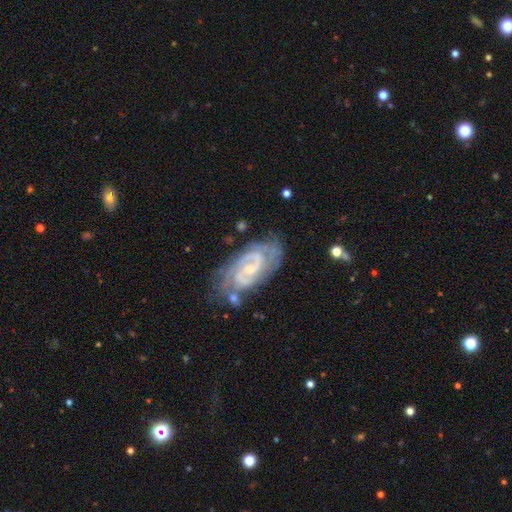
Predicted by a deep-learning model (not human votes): Smooth or featured? featured or disk (83%)
Edge-on disk? no (95%)
Bar? weak (47%)
Spiral arms? yes (95%)
Spiral winding? tight (59%)
Spiral arm count? 2 (59%)
Bulge size? small (61%)
Merging? none (70%)